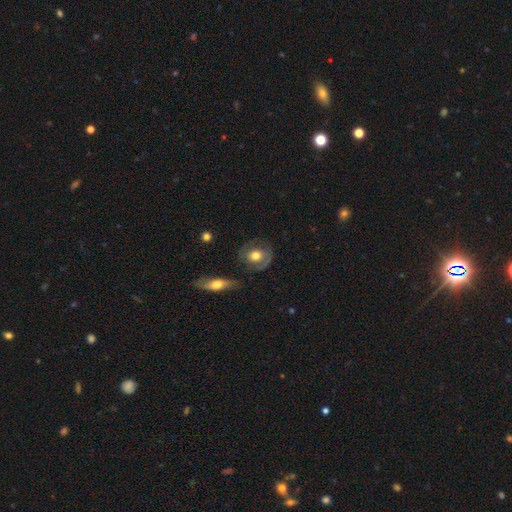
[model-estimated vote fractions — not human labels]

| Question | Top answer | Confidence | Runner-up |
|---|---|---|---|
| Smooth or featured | featured or disk | 55% | smooth (39%) |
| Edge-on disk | no | 93% | yes (7%) |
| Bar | no | 75% | weak (19%) |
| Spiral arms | yes | 59% | no (41%) |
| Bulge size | moderate | 57% | large (33%) |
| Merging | none | 70% | minor disturbance (17%) |